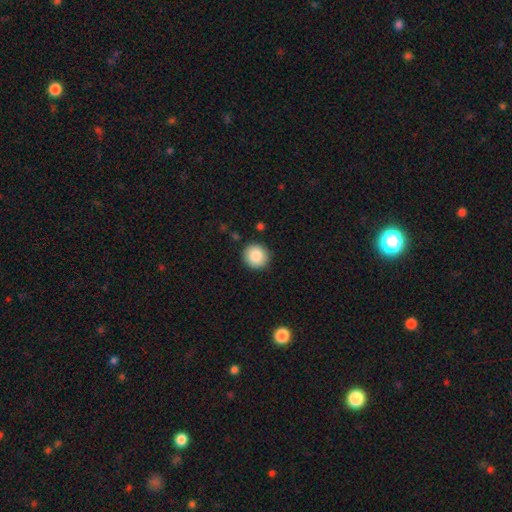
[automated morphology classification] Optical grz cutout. It shows a smooth galaxy with no disk features (86%) that is round (94%). Merging: none (91%).